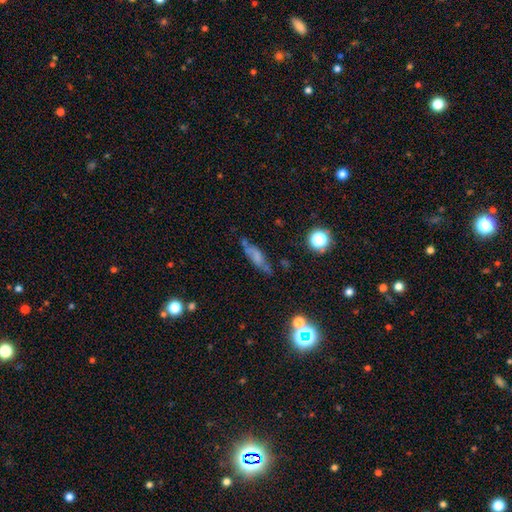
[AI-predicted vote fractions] This is possibly a smooth galaxy (49%). Merging: likely none (63%).